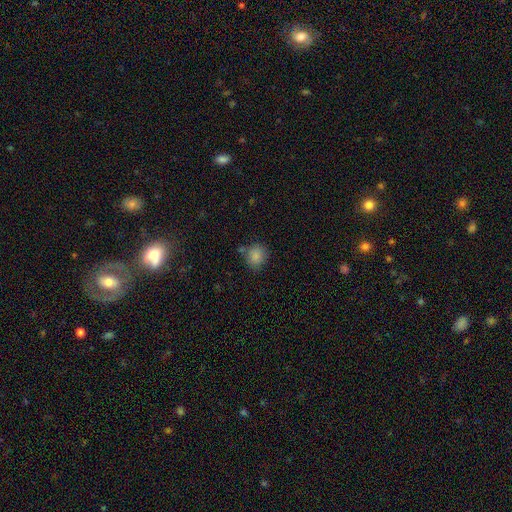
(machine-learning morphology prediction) Smooth or featured? smooth (85%)
How rounded? round (79%)
Merging? none (75%)